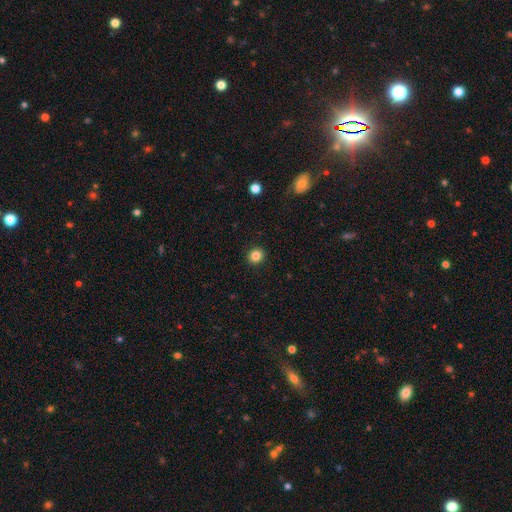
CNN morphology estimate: A smooth galaxy with no disk features (84%) that is round (81%). Merging: none (92%).